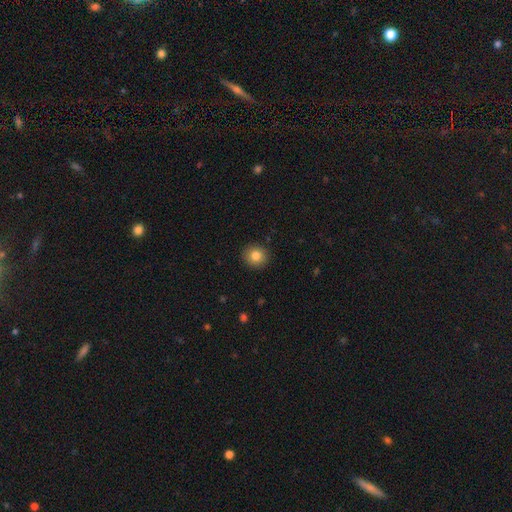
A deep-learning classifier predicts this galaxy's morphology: This is clearly a smooth galaxy (82%). How rounded: clearly round (88%). Merging: clearly none (91%).